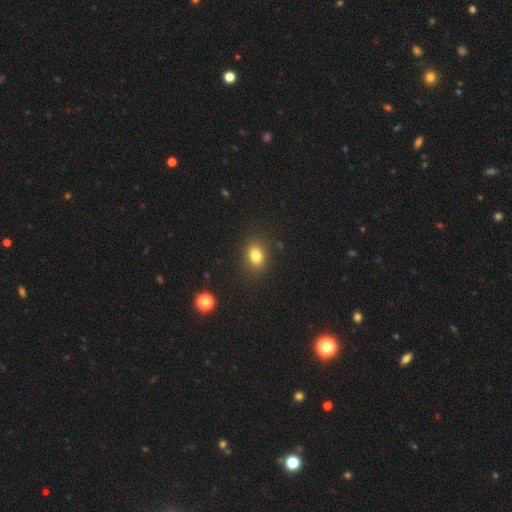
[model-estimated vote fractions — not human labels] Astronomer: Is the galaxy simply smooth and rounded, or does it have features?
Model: smooth — 80%.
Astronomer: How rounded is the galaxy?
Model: in between — 57% (runner-up: round, 41%).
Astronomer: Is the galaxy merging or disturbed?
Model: none — 86%.